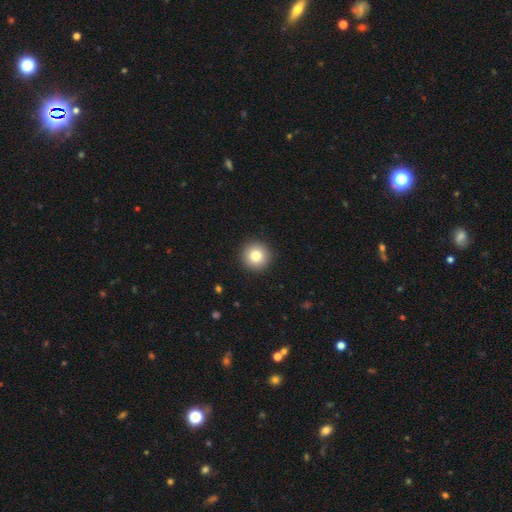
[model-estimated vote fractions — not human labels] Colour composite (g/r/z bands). It shows a smooth galaxy with no disk features (83%) that is round (95%). Merging: none (93%).